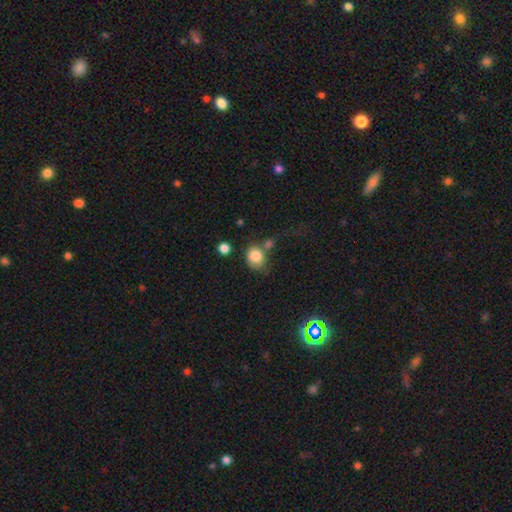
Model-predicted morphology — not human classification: type=smooth (83%); roundness=round (65%); merging=none (50%).